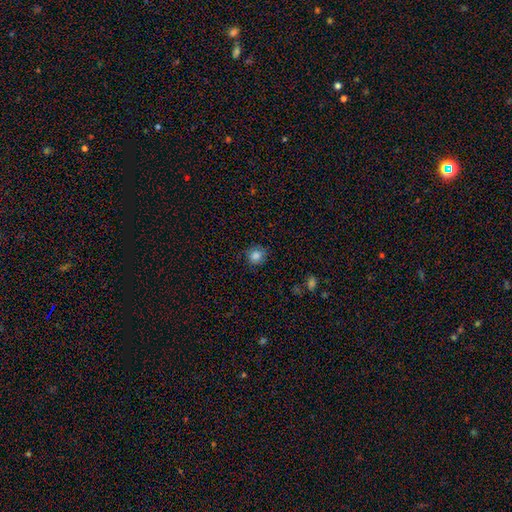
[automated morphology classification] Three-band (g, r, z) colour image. It shows a smooth galaxy with no disk features (83%) that is round (85%). Merging: none (82%).